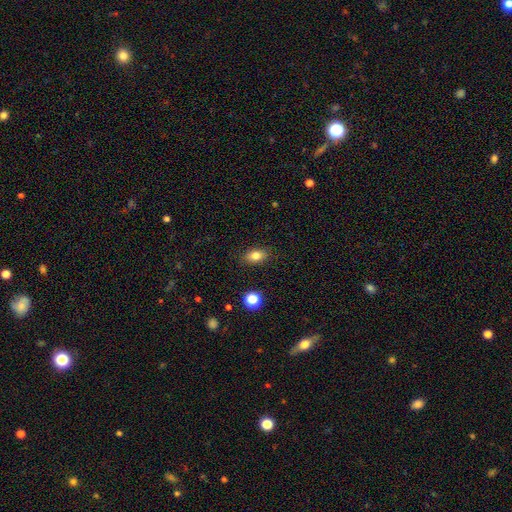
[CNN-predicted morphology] smooth-or-featured: smooth: 81% | star or artifact: 10% | featured or disk: 9%
  how-rounded: in between: 82% | round: 15% | cigar-shaped: 3%
  merging: none: 87% | minor disturbance: 9% | major disturbance: 2% | merger: 1%